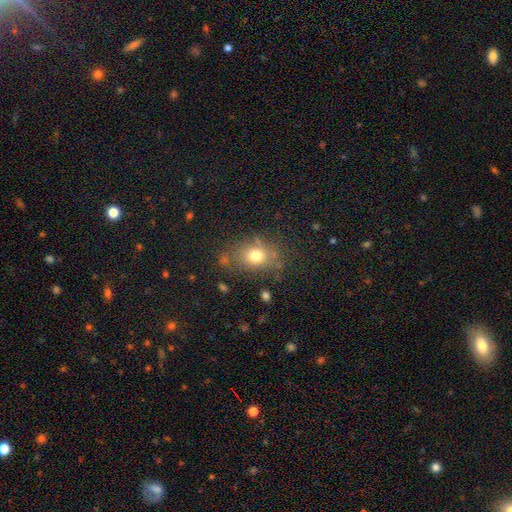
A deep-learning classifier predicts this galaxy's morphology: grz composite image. It shows a smooth galaxy with no disk features (73%) that is in between round and cigar-shaped (52%). Merging: none (68%).